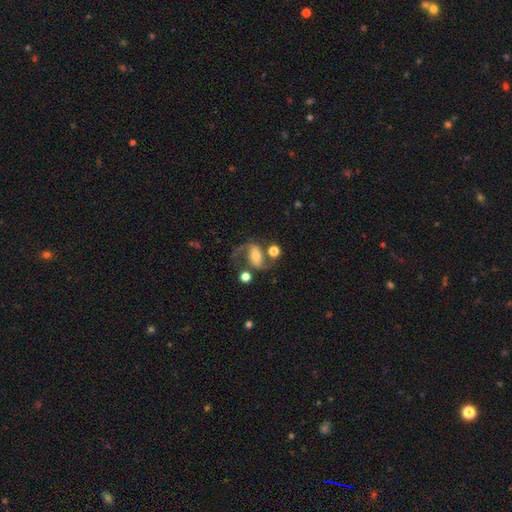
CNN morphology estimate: A featured or disk galaxy (74%) with a strong bar (36%), 2 (86%) loose (53%) spiral arms (91%) and a moderate central bulge (53%). Merging: none (53%).